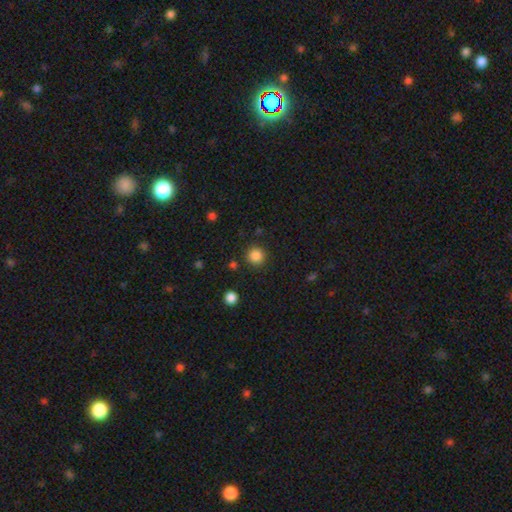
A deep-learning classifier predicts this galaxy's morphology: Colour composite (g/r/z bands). It shows a smooth galaxy with no disk features (85%) that is round (94%). Merging: none (89%).